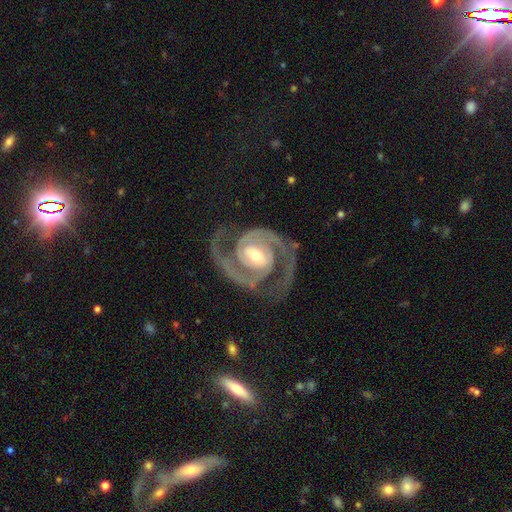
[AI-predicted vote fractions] A featured or disk galaxy (94%) with a weak bar (42%), 2 (92%) medium (48%) spiral arms (98%) and a moderate central bulge (63%). Merging: none (79%).